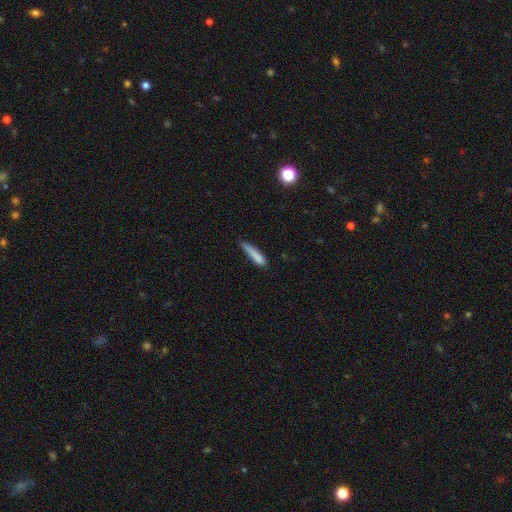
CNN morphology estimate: Smooth or featured?
  - smooth: 83% *
  - featured or disk: 10%
  - star or artifact: 7%
How rounded?
  - cigar-shaped: 87% *
  - in between: 11%
  - round: 1%
Merging?
  - none: 64% *
  - minor disturbance: 28%
  - major disturbance: 6%
  - merger: 3%